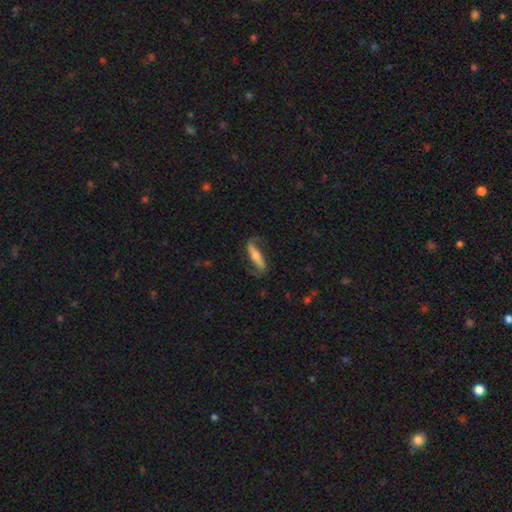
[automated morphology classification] Smooth or featured? featured or disk (73%)
Edge-on disk? no (72%)
Bar? strong (53%)
Spiral arms? yes (91%)
Bulge size? moderate (44%)
Merging? none (70%)